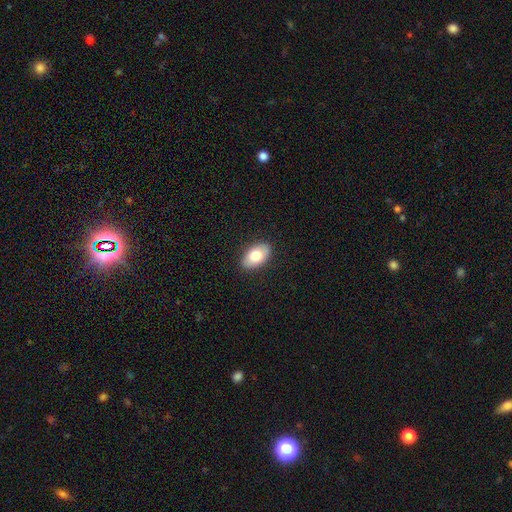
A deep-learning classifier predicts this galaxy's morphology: The model was most divided on "smooth or featured": smooth: 77%, featured or disk: 16%, star or artifact: 7%. More confident: how rounded — in between (93%); merging — none (87%).